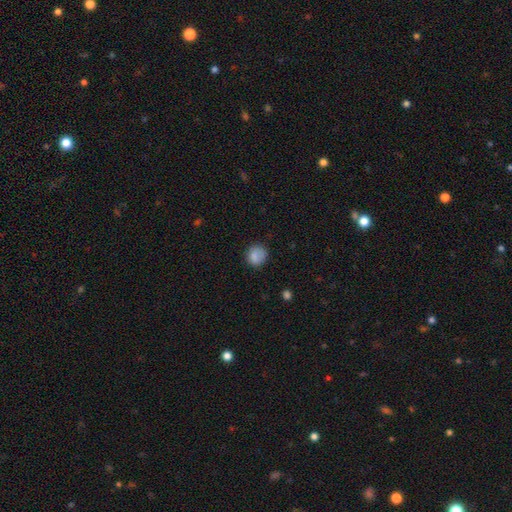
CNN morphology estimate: Smooth or featured: smooth — 84% (star or artifact — 9%)
How rounded: round — 80% (in between — 19%)
Merging: none — 75% (minor disturbance — 18%)